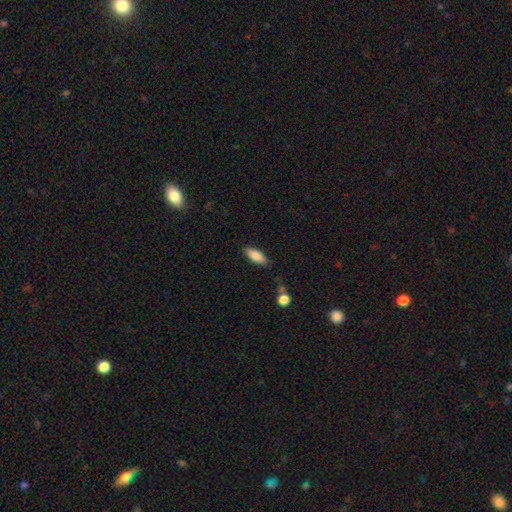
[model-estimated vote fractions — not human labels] A smooth galaxy with no disk features (85%) that is in between round and cigar-shaped (72%).

Vote fractions:
- Smooth or featured? smooth: 85% / featured or disk: 9% / star or artifact: 6%
- How rounded? in between: 72% / cigar-shaped: 26% / round: 2%
- Merging? none: 80% / minor disturbance: 14% / major disturbance: 3% / merger: 3%